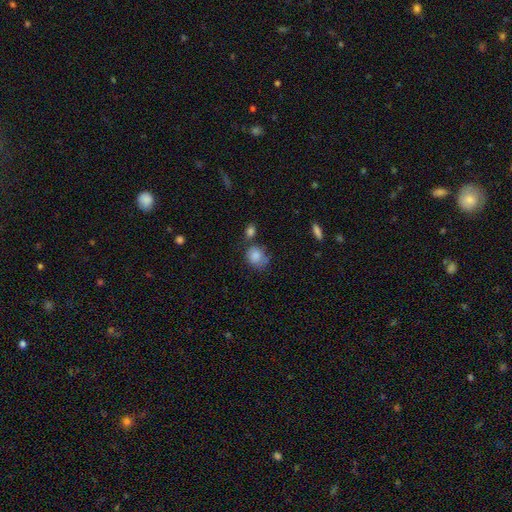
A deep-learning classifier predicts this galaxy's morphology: Q: Smooth or featured?
A: smooth (83%); runner-up: featured or disk (9%)
Q: How rounded?
A: round (63%); runner-up: in between (36%)
Q: Merging?
A: none (50%); runner-up: minor disturbance (25%)